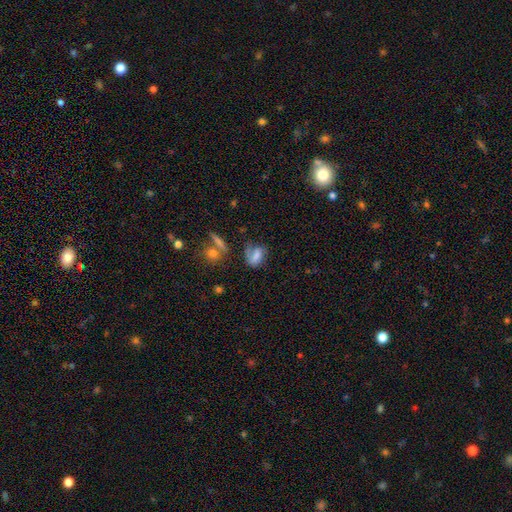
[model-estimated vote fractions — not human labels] Smooth or featured?
  - smooth: 64% *
  - featured or disk: 24%
  - star or artifact: 12%
How rounded?
  - in between: 78% *
  - round: 16%
  - cigar-shaped: 7%
Merging?
  - none: 43% *
  - minor disturbance: 25%
  - major disturbance: 21%
  - merger: 10%